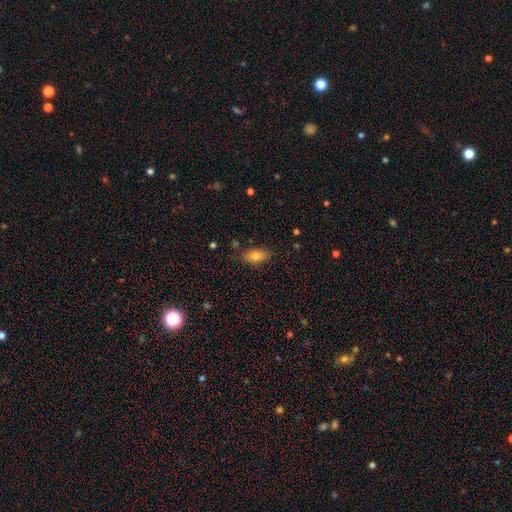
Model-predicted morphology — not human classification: Smooth or featured: smooth — 78% (featured or disk — 13%)
How rounded: in between — 88% (cigar-shaped — 7%)
Merging: none — 80% (minor disturbance — 15%)